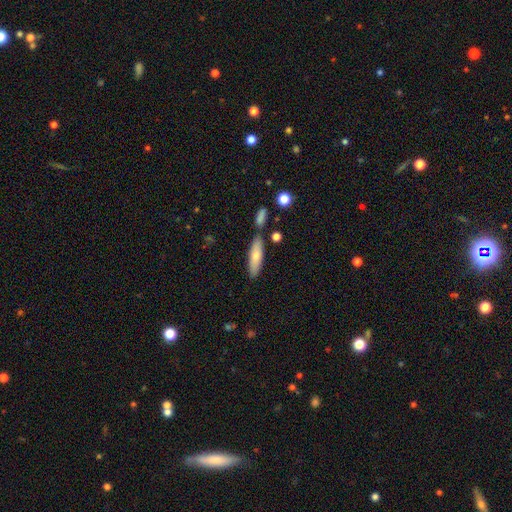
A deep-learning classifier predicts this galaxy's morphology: smooth_or_featured: smooth (p=0.72) [alt: featured or disk p=0.22]
how_rounded: cigar-shaped (p=0.62) [alt: in between p=0.36]
merging: none (p=0.73) [alt: minor disturbance p=0.13]